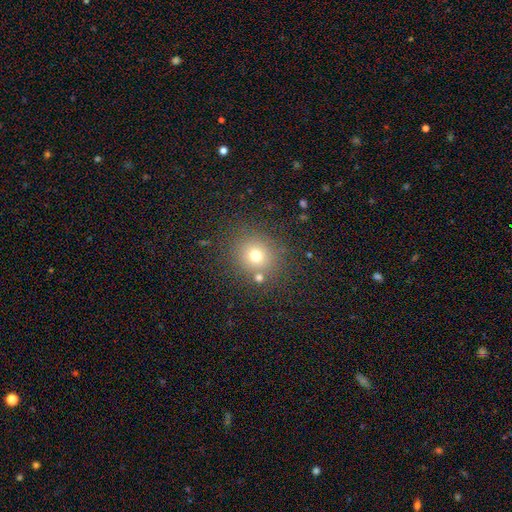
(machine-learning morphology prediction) Smooth or featured: smooth — 71% (star or artifact — 19%)
How rounded: round — 86% (in between — 13%)
Merging: none — 79% (minor disturbance — 9%)